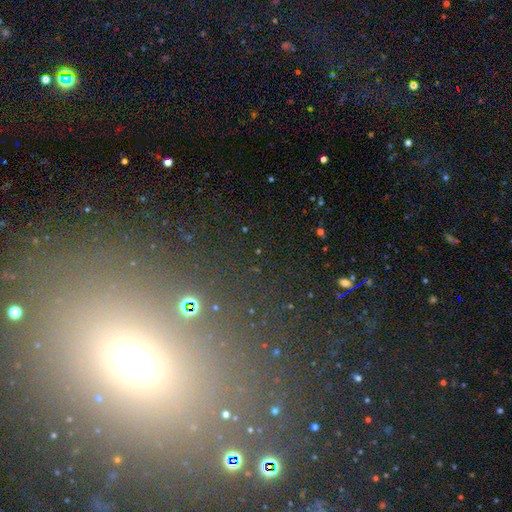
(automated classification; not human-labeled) smooth_or_featured: star or artifact (p=0.53) [alt: smooth p=0.33]